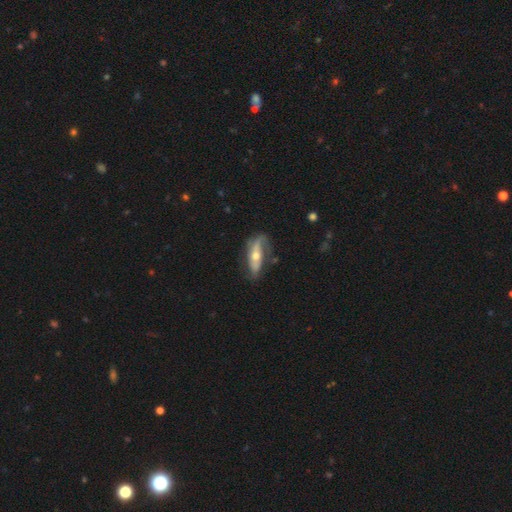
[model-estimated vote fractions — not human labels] This appears to be a featured or disk galaxy (59%). Merging: none (52%).